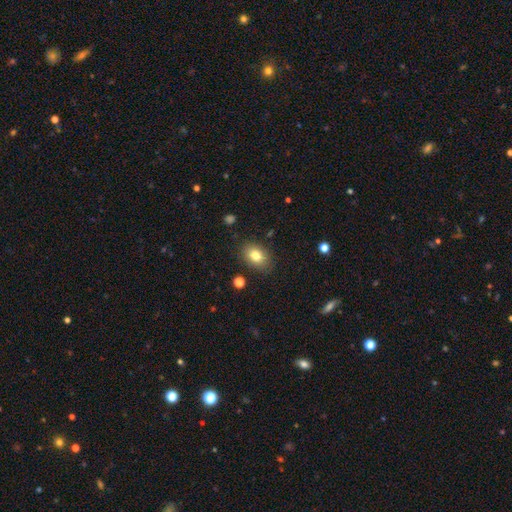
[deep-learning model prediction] A smooth galaxy with no disk features (80%) that is in between round and cigar-shaped (76%). Merging: none (85%).